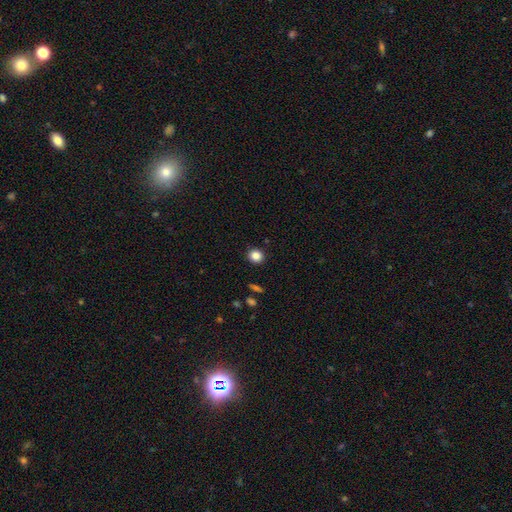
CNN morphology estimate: The model was most divided on "how rounded": round: 86%, in between: 13%, cigar-shaped: 1%. More confident: merging — none (91%); smooth or featured — smooth (85%).